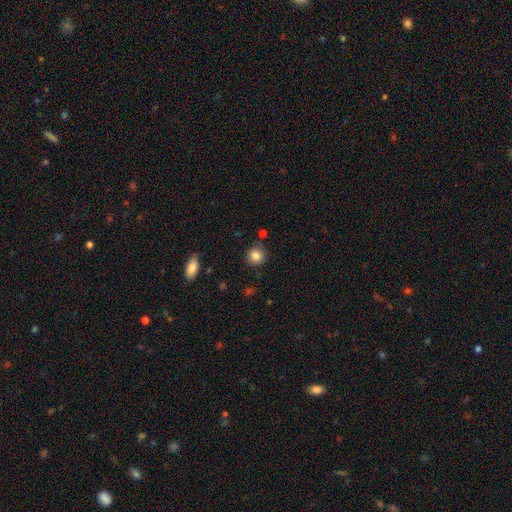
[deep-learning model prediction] smooth_or_featured: smooth (p=0.85) [alt: star or artifact p=0.10]
how_rounded: round (p=0.88) [alt: in between p=0.11]
merging: none (p=0.85) [alt: minor disturbance p=0.09]